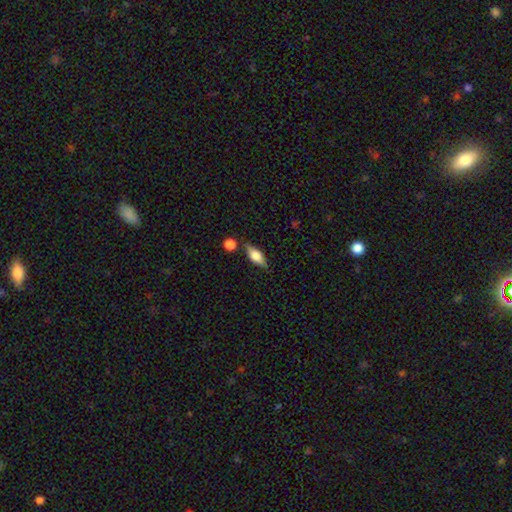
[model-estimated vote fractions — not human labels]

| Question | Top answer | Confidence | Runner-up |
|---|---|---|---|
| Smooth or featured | smooth | 58% | featured or disk (34%) |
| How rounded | in between | 71% | cigar-shaped (24%) |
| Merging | none | 75% | minor disturbance (14%) |